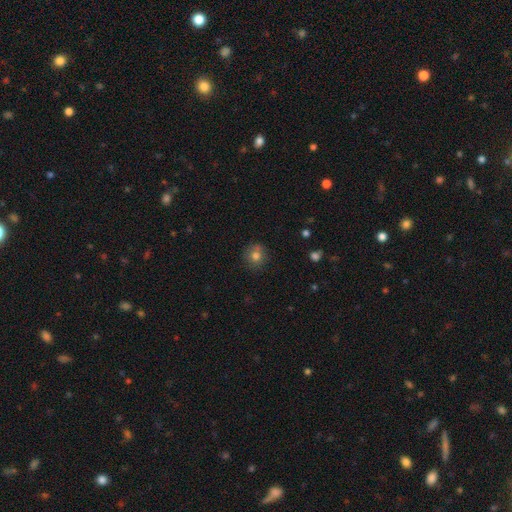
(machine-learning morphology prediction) This is likely a smooth galaxy (77%). How rounded: clearly round (88%). Merging: likely none (80%).